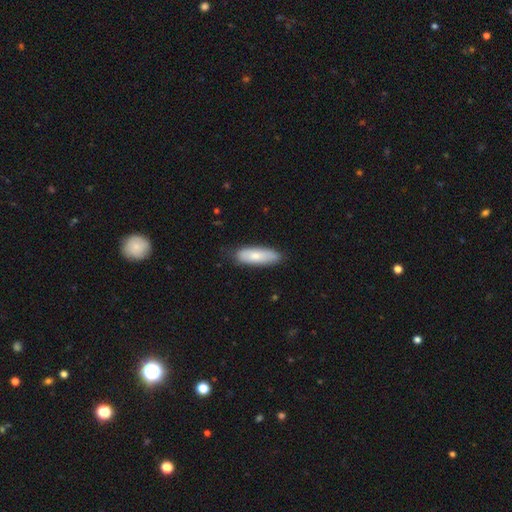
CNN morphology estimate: Overall: smooth (75%). How rounded: in between (63%; cigar-shaped 35%). Merging: none (78%).